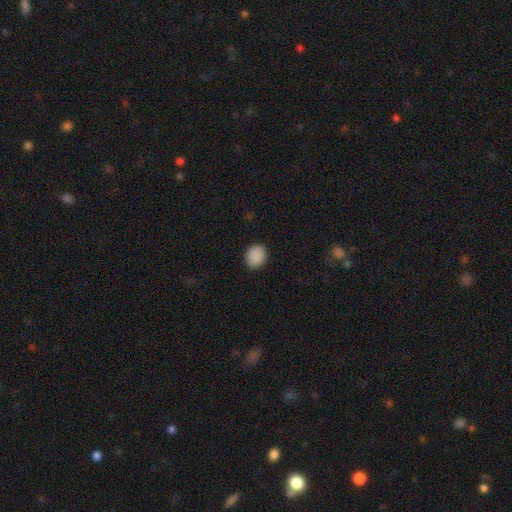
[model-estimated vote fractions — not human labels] This is clearly a smooth galaxy (89%). How rounded: likely round (66%). Merging: clearly none (89%).